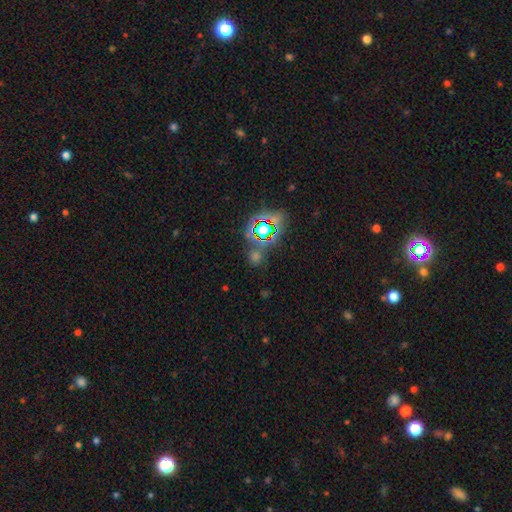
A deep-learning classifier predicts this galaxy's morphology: This is likely a star or artifact rather than a galaxy (62%).